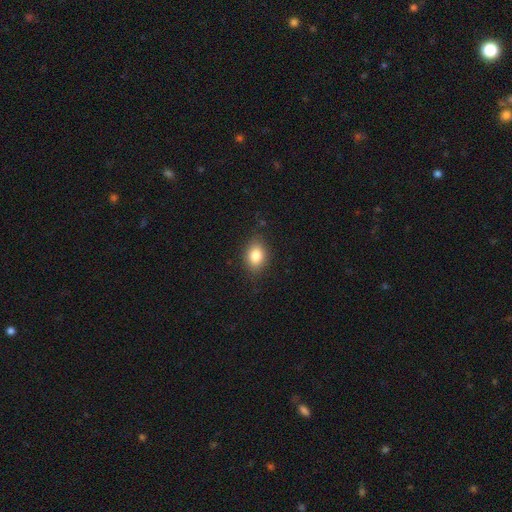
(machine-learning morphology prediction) Smooth or featured? smooth (82%)
How rounded? in between (72%)
Merging? none (82%)